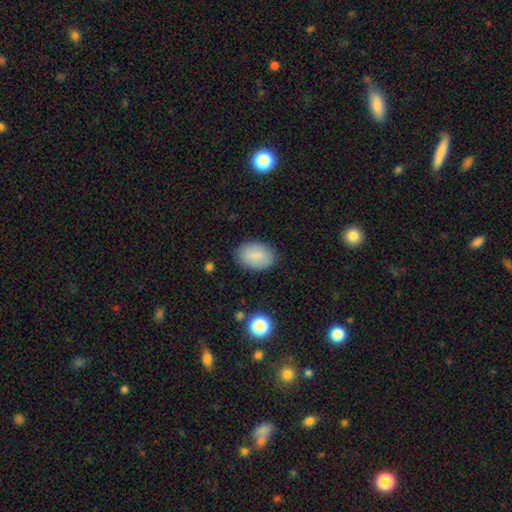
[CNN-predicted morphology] Smooth or featured?
  - smooth: 86% *
  - star or artifact: 8%
  - featured or disk: 6%
How rounded?
  - in between: 84% *
  - round: 15%
  - cigar-shaped: 1%
Merging?
  - none: 86% *
  - minor disturbance: 10%
  - major disturbance: 3%
  - merger: 1%